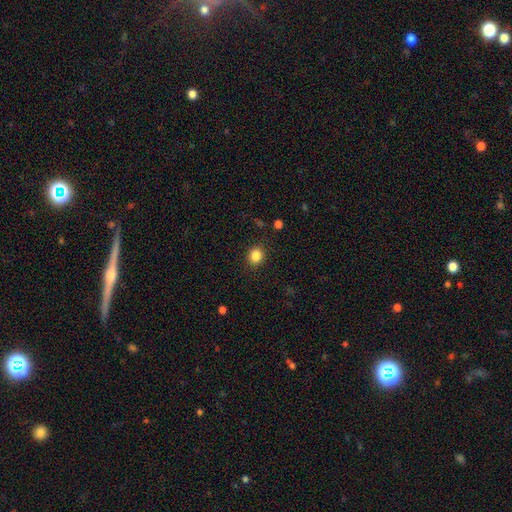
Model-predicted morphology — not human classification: Smooth or featured? smooth (85%)
How rounded? round (68%)
Merging? none (88%)